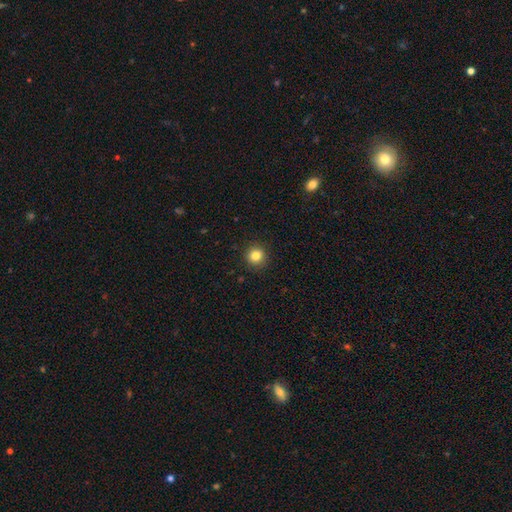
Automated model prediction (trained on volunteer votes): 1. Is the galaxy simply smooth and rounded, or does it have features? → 83% smooth, 11% star or artifact, 5% featured or disk.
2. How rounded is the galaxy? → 94% round, 6% in between, 1% cigar-shaped.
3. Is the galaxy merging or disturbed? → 91% none, 6% minor disturbance, 2% major disturbance, 1% merger.